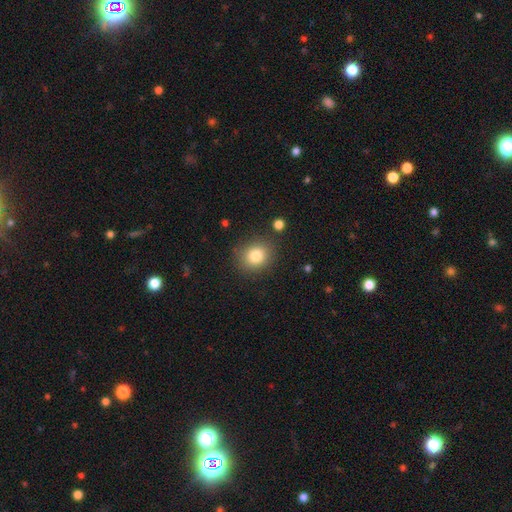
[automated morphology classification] Smooth or featured? Predicted: smooth (p=0.81). How rounded? Predicted: round (p=0.78). Merging? Predicted: none (p=0.86).